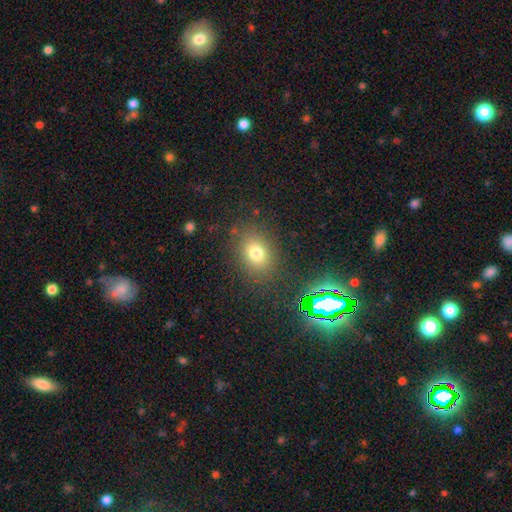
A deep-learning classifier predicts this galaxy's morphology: Overall: smooth (53%; star or artifact 37%). How rounded: in between (53%; round 46%). Merging: none (87%).